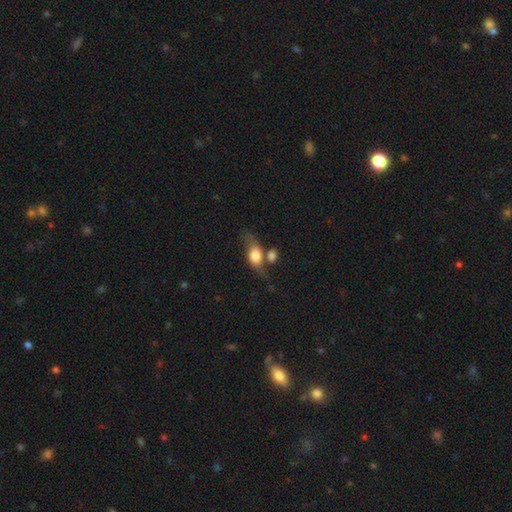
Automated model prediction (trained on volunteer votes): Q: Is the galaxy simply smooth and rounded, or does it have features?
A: smooth — 62%.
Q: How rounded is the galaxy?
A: in between — 74%.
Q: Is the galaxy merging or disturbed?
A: merger — 33%, tied with none.